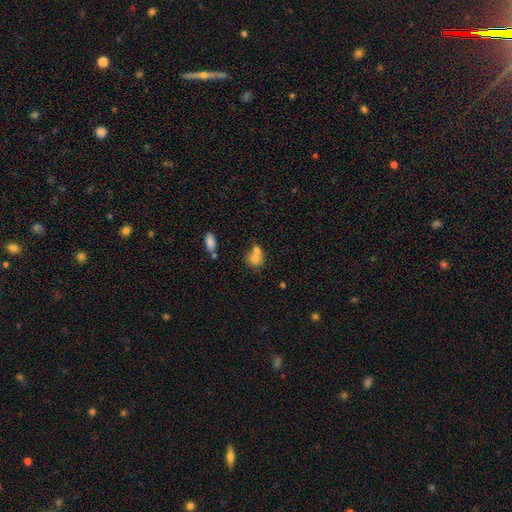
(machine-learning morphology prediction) The model was most divided on "how rounded": round: 61%, in between: 37%, cigar-shaped: 2%. More confident: smooth or featured — smooth (75%); merging — merger (56%).